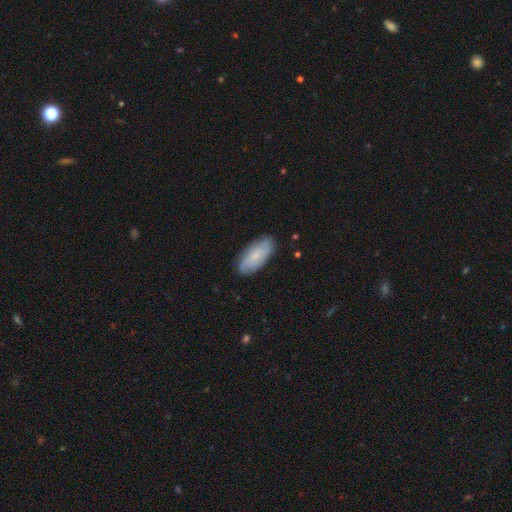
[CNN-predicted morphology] Overall: smooth (60%; featured or disk 33%). How rounded: in between (87%). Merging: none (83%).